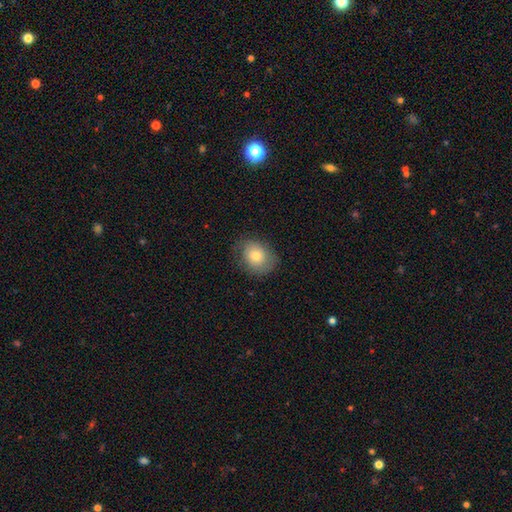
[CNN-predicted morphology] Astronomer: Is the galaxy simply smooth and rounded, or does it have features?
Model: smooth — 73%.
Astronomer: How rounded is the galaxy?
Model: round — 53% (runner-up: in between, 46%).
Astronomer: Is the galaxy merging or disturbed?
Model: none — 75%.